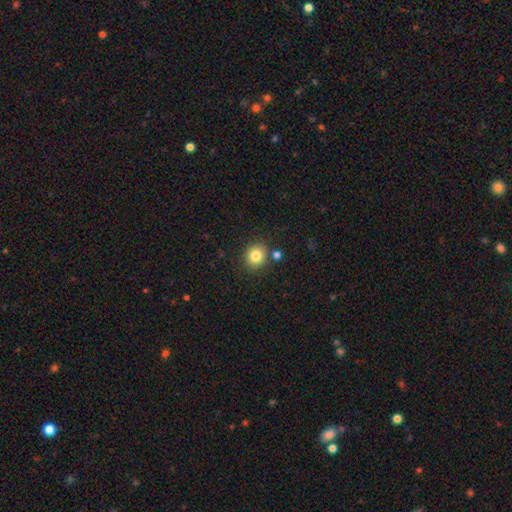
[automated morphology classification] smooth-or-featured: smooth: 82% | star or artifact: 11% | featured or disk: 7%
  how-rounded: round: 78% | in between: 21% | cigar-shaped: 1%
  merging: none: 81% | minor disturbance: 9% | merger: 7% | major disturbance: 3%